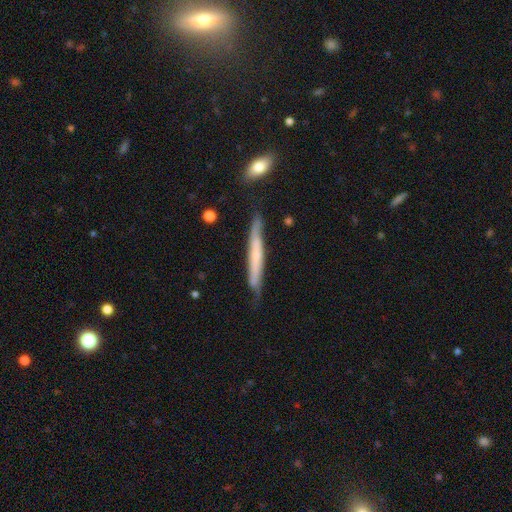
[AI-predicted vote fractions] Overall: featured or disk (51%; smooth 43%). Edge-on disk: yes (89%). Merging: none (71%).